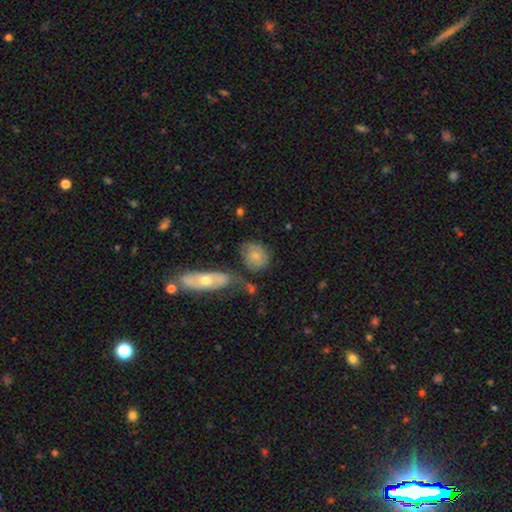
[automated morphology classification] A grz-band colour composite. It shows a smooth galaxy with no disk features (51%) that is round (59%). Merging: none (50%).